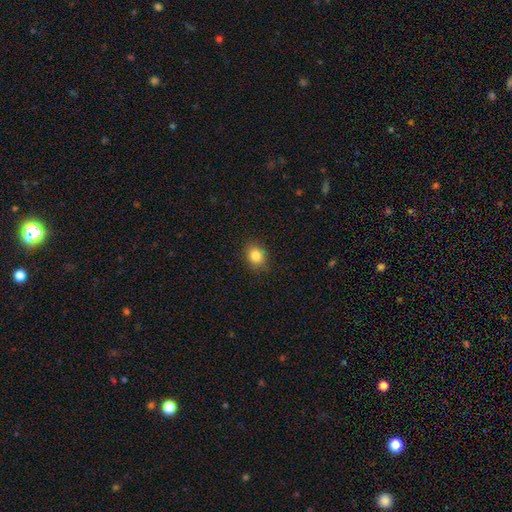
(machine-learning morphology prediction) A smooth galaxy with no disk features (83%) that is round (57%). Merging: none (87%).